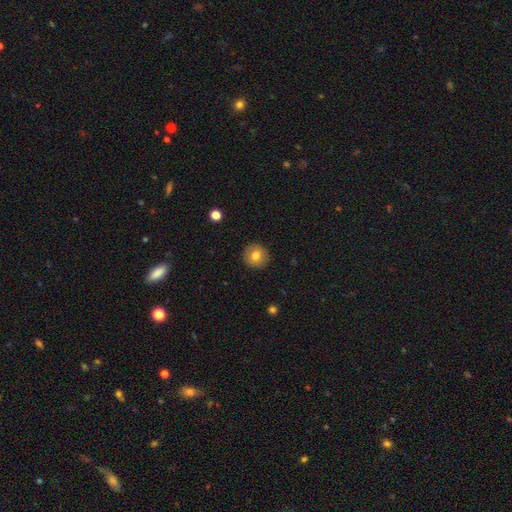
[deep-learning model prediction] Smooth or featured? Predicted: smooth (p=0.79). How rounded? Predicted: round (p=0.92). Merging? Predicted: none (p=0.90).